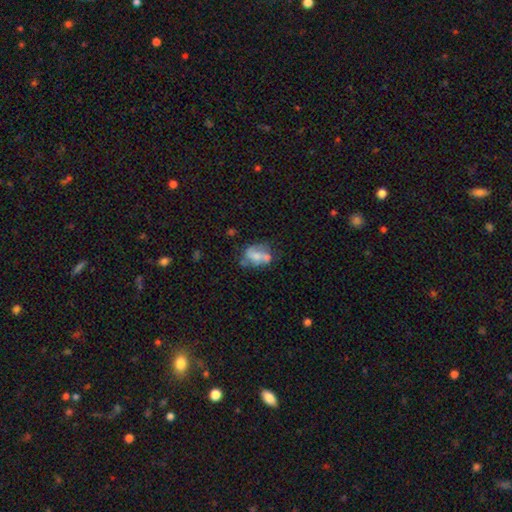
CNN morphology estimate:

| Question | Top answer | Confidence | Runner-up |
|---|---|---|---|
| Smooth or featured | featured or disk | 48% | smooth (43%) |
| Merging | none | 38% | minor disturbance (24%) |